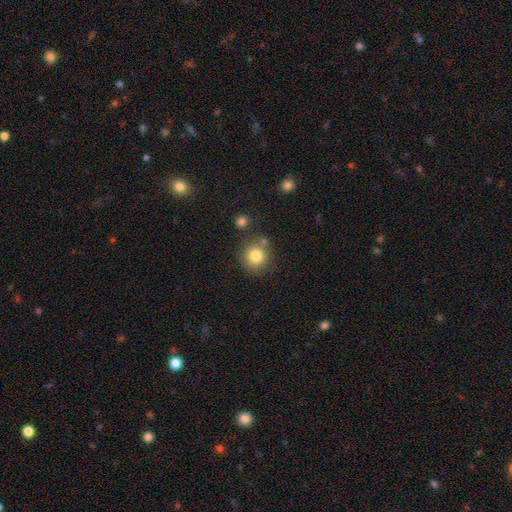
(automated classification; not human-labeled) smooth_or_featured: smooth (p=0.83) [alt: star or artifact p=0.10]
how_rounded: round (p=0.91) [alt: in between p=0.08]
merging: none (p=0.77) [alt: minor disturbance p=0.11]